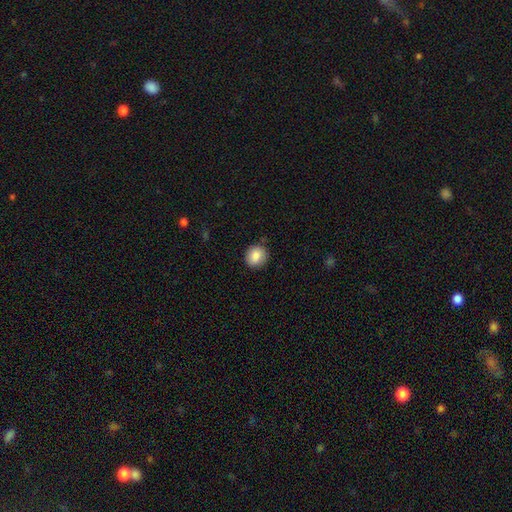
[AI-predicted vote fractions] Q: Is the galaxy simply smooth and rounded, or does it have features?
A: smooth — 86%.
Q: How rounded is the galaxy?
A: round — 83%.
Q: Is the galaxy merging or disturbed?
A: none — 87%.